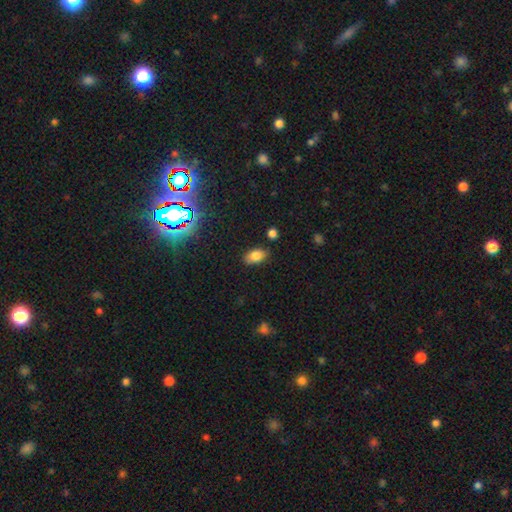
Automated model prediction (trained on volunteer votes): smooth_or_featured: smooth (p=0.79) [alt: star or artifact p=0.12]
how_rounded: in between (p=0.89) [alt: round p=0.08]
merging: none (p=0.81) [alt: minor disturbance p=0.14]